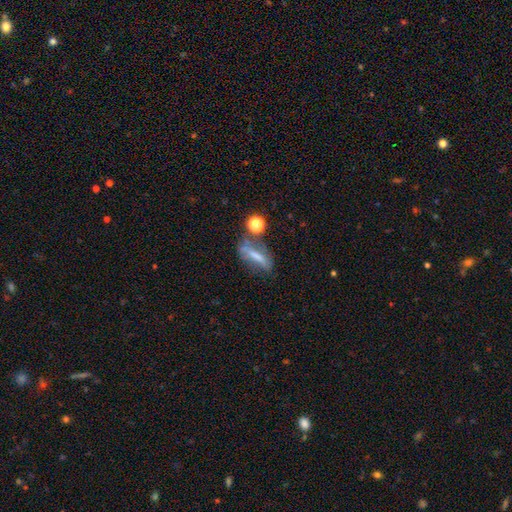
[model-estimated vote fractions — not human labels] Morphology: type=smooth (55%); roundness=cigar-shaped (54%); merging=none (46%).